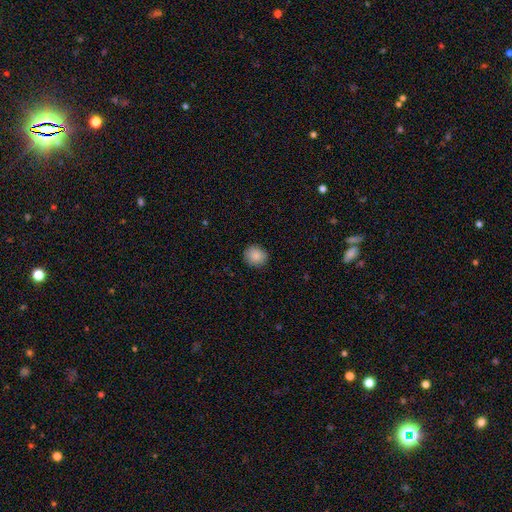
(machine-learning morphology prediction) Smooth or featured? smooth (88%)
How rounded? round (84%)
Merging? none (90%)